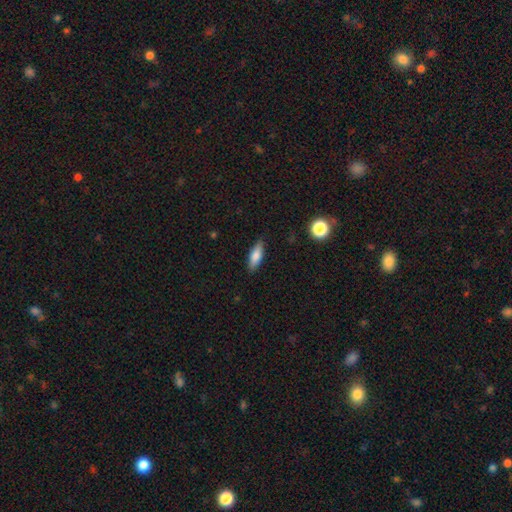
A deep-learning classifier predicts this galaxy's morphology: A smooth galaxy with no disk features (78%) that is in between round and cigar-shaped (59%).

Vote fractions:
- Smooth or featured? smooth: 78% / featured or disk: 15% / star or artifact: 7%
- How rounded? in between: 59% / cigar-shaped: 39% / round: 2%
- Merging? none: 86% / minor disturbance: 11% / major disturbance: 2% / merger: 1%